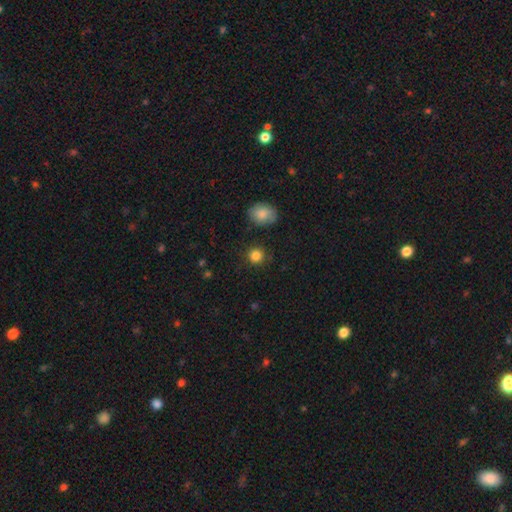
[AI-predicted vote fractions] Smooth or featured?
  - smooth: 85% *
  - star or artifact: 11%
  - featured or disk: 4%
How rounded?
  - round: 91% *
  - in between: 8%
  - cigar-shaped: 1%
Merging?
  - none: 87% *
  - minor disturbance: 8%
  - major disturbance: 3%
  - merger: 2%